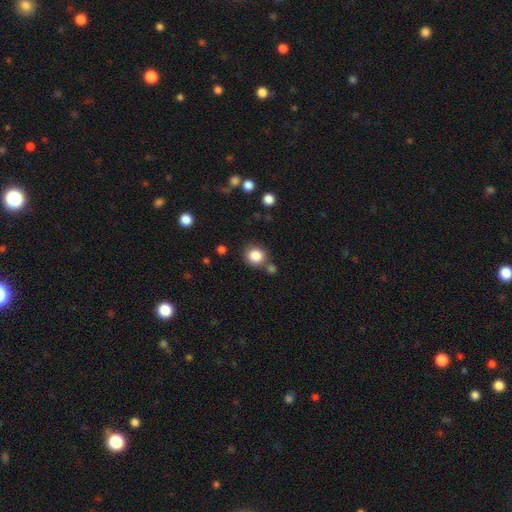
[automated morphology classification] A smooth galaxy with no disk features (84%) that is round (87%). Merging: none (75%).